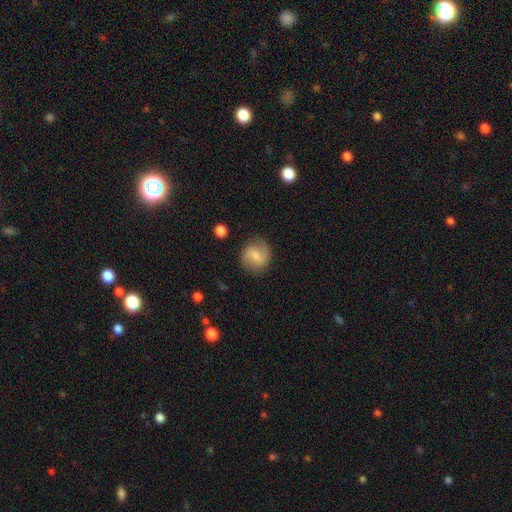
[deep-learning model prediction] Q: Smooth or featured?
A: smooth (52%); runner-up: featured or disk (40%)
Q: How rounded?
A: round (81%); runner-up: in between (18%)
Q: Merging?
A: none (80%); runner-up: minor disturbance (14%)